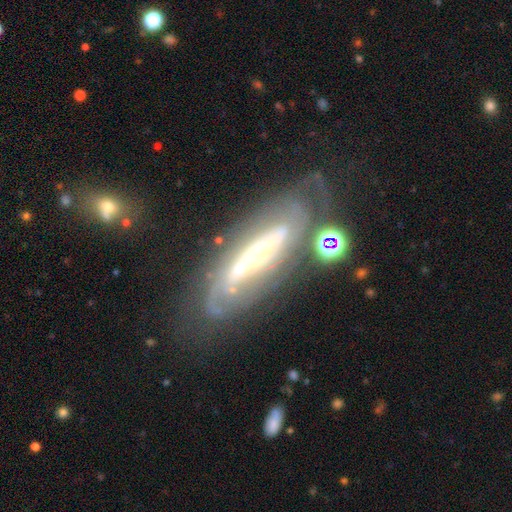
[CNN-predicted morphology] This appears to be a featured or disk galaxy (82%) with a strong bar (43%), spiral arms (81%) and a small central bulge (55%). Merging: none (60%).